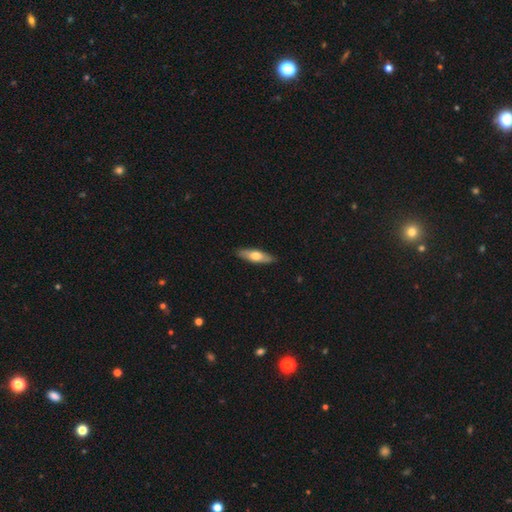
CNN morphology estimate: Overall: smooth (57%; featured or disk 37%). How rounded: cigar-shaped (56%; in between 41%). Merging: none (89%).